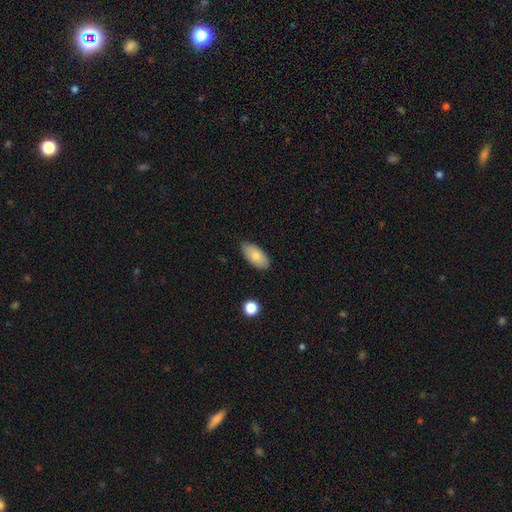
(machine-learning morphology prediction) Smooth or featured? Predicted: smooth (p=0.77). How rounded? Predicted: in between (p=0.93). Merging? Predicted: none (p=0.84).